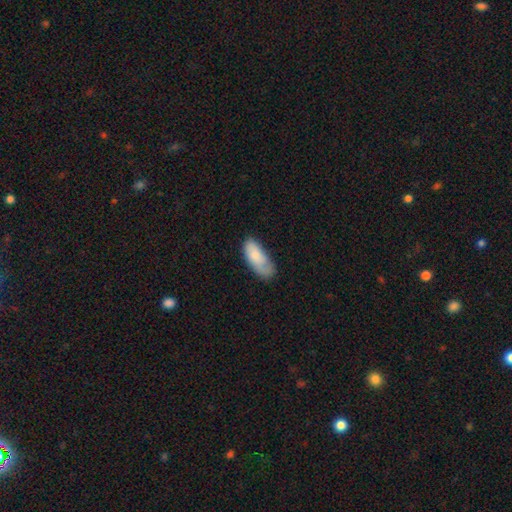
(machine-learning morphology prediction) smooth_or_featured: smooth (p=0.78) [alt: featured or disk p=0.16]
how_rounded: in between (p=0.85) [alt: cigar-shaped p=0.13]
merging: none (p=0.49) [alt: minor disturbance p=0.36]